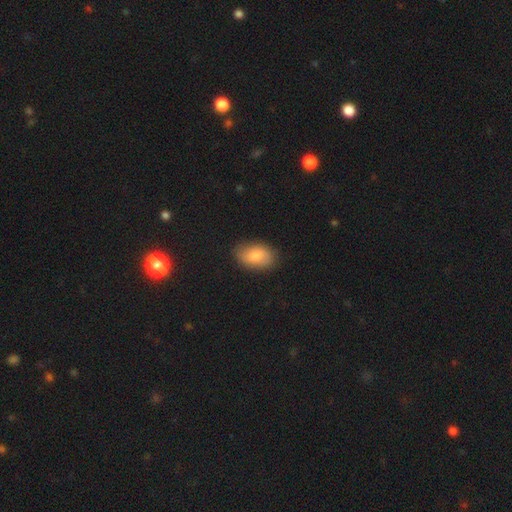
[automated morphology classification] The model was most divided on "smooth or featured": smooth: 78%, featured or disk: 15%, star or artifact: 6%. More confident: how rounded — in between (90%); merging — none (82%).